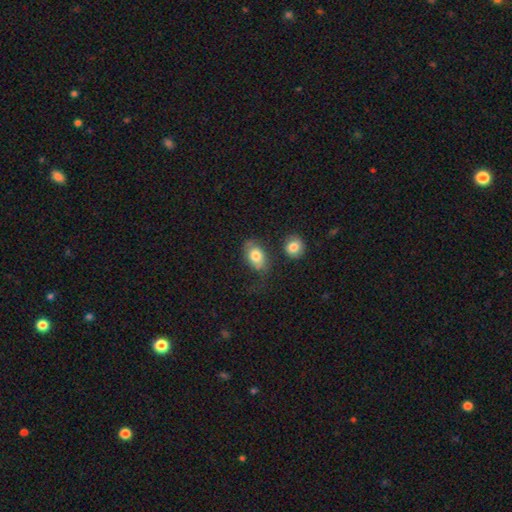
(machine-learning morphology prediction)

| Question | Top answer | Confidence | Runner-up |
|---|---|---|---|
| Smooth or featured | smooth | 77% | featured or disk (16%) |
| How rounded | in between | 84% | round (14%) |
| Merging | none | 58% | minor disturbance (22%) |